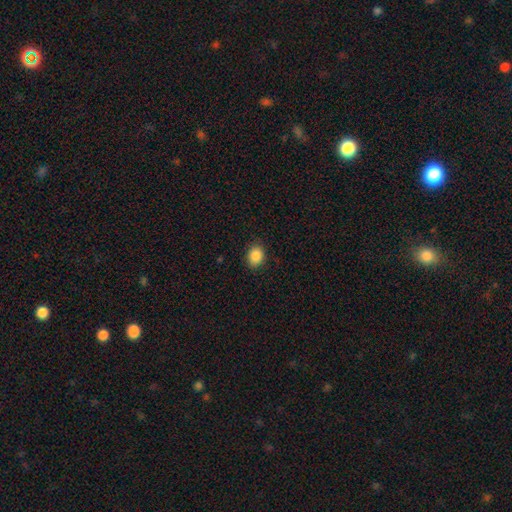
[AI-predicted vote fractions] smooth-or-featured: smooth: 88% | star or artifact: 9% | featured or disk: 4%
  how-rounded: in between: 57% | round: 42% | cigar-shaped: 1%
  merging: none: 88% | minor disturbance: 9% | major disturbance: 2% | merger: 1%